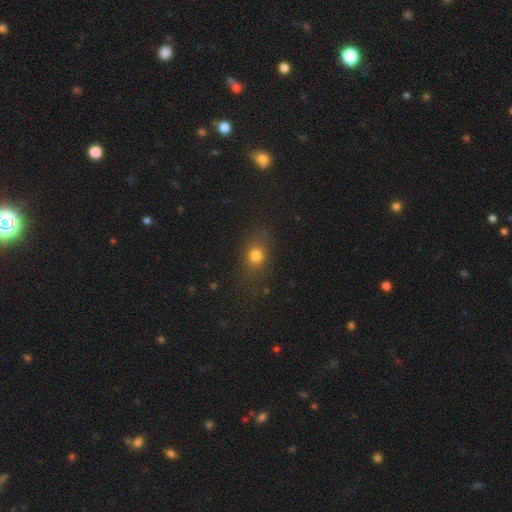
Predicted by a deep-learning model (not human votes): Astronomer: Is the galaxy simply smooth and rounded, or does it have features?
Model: smooth — 75%.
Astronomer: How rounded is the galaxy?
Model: round — 53% (runner-up: in between, 43%).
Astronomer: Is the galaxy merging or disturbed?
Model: none — 78%.